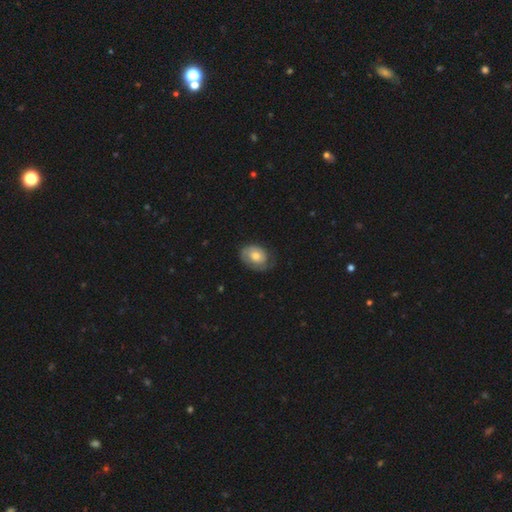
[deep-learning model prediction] smooth 48%, featured or disk 46%, star or artifact 7%. Down the decision tree: merging — none (63%).